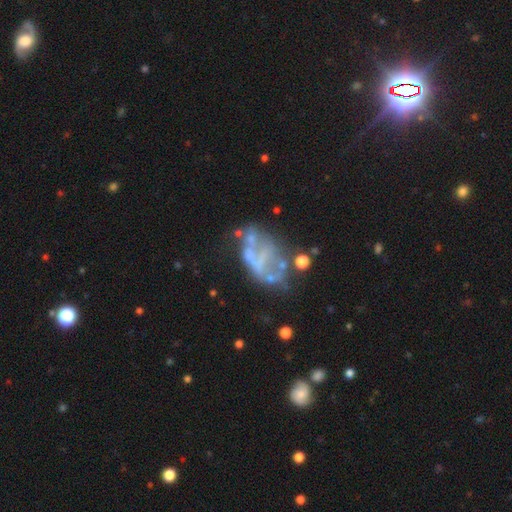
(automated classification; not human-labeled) Morphology: type=featured or disk (65%); edge-on=no (97%); bar=no (80%); spiral arms=no (83%); bulge=none (77%); merging=major disturbance (33%, tied with none).